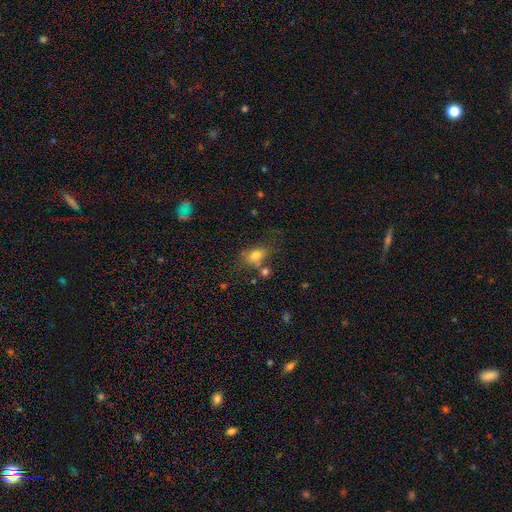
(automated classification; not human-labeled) A smooth galaxy with no disk features (76%) that is in between round and cigar-shaped (79%). Merging: none (54%).